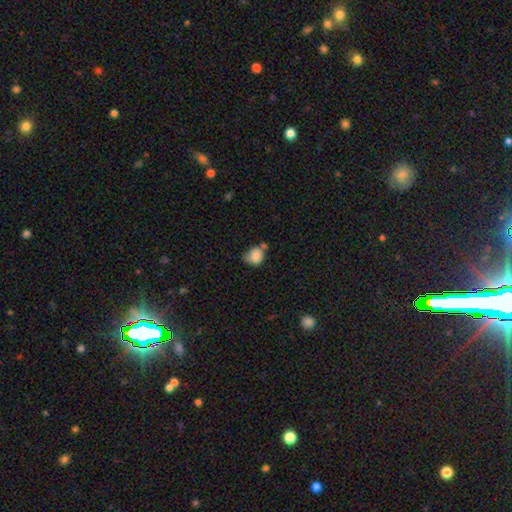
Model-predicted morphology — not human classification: Smooth or featured? smooth (84%)
How rounded? round (60%)
Merging? none (40%)